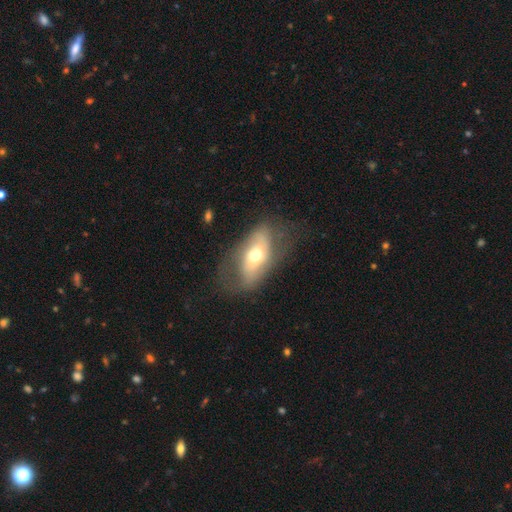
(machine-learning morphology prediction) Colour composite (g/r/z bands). It shows a featured or disk galaxy (48%). Merging: none (52%).